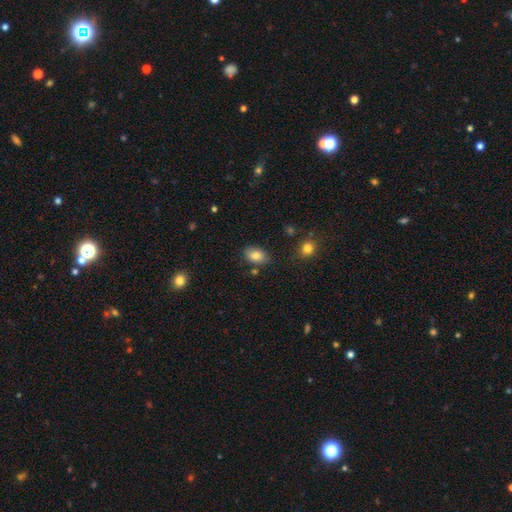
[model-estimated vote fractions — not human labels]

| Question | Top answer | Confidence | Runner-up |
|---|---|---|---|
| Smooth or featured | smooth | 82% | featured or disk (9%) |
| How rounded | in between | 86% | round (13%) |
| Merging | none | 80% | minor disturbance (13%) |